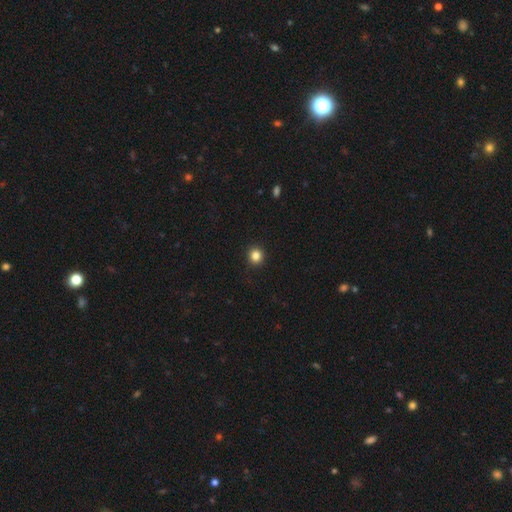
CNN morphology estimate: Smooth or featured?
  - smooth: 84% *
  - star or artifact: 12%
  - featured or disk: 4%
How rounded?
  - round: 92% *
  - in between: 7%
  - cigar-shaped: 1%
Merging?
  - none: 93% *
  - minor disturbance: 5%
  - major disturbance: 2%
  - merger: 1%